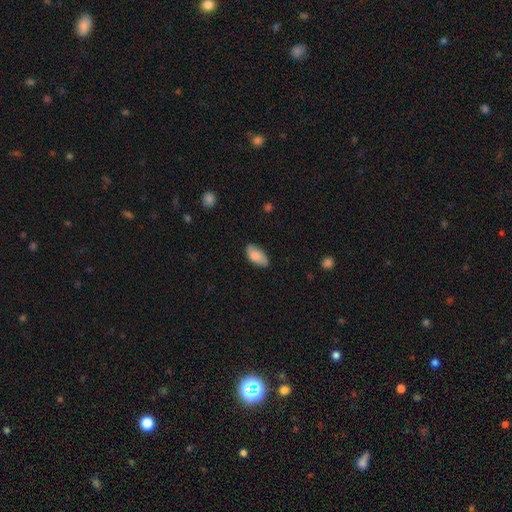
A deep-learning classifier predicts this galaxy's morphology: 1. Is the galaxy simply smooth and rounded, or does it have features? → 81% smooth, 13% featured or disk, 6% star or artifact.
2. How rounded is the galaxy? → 92% in between, 5% cigar-shaped, 3% round.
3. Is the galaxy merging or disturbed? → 79% none, 17% minor disturbance, 3% major disturbance, 1% merger.